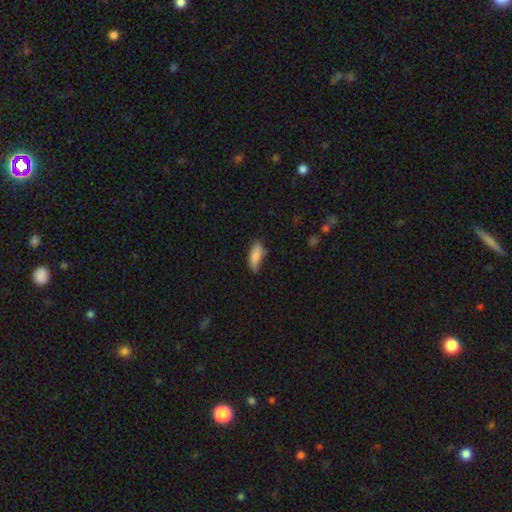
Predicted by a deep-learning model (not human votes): Q: Smooth or featured?
A: smooth (84%); runner-up: featured or disk (9%)
Q: How rounded?
A: in between (64%); runner-up: cigar-shaped (34%)
Q: Merging?
A: none (60%); runner-up: minor disturbance (31%)